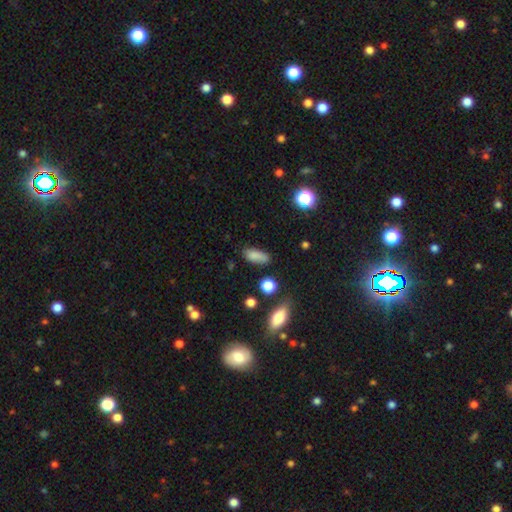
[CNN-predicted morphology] A smooth galaxy with no disk features (83%) that is in between round and cigar-shaped (77%). Merging: none (71%).